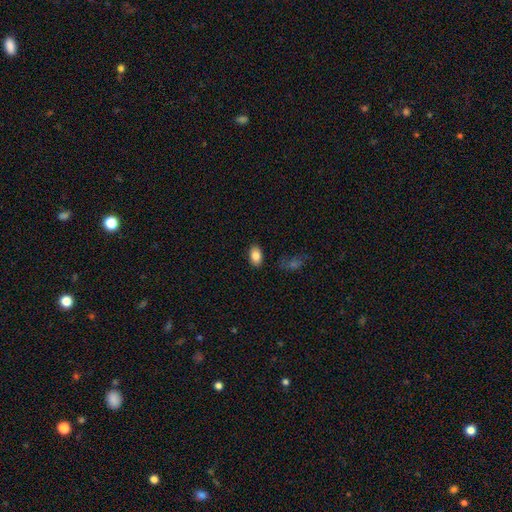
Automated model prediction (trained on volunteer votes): This appears to be a smooth galaxy with no disk features (85%) that is in between round and cigar-shaped (89%). Merging: none (87%).